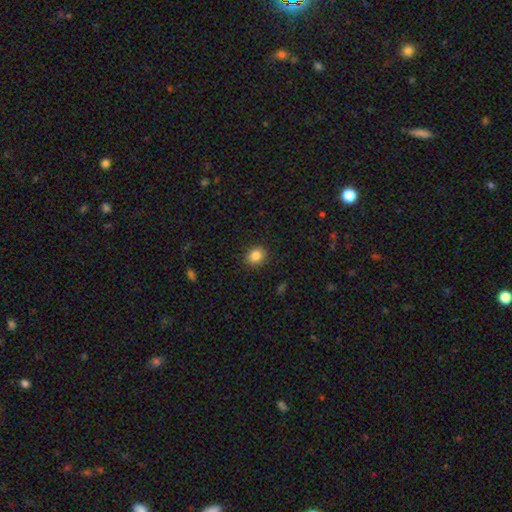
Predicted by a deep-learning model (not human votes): Smooth or featured: smooth — 85% (star or artifact — 10%)
How rounded: round — 66% (in between — 34%)
Merging: none — 90% (minor disturbance — 7%)